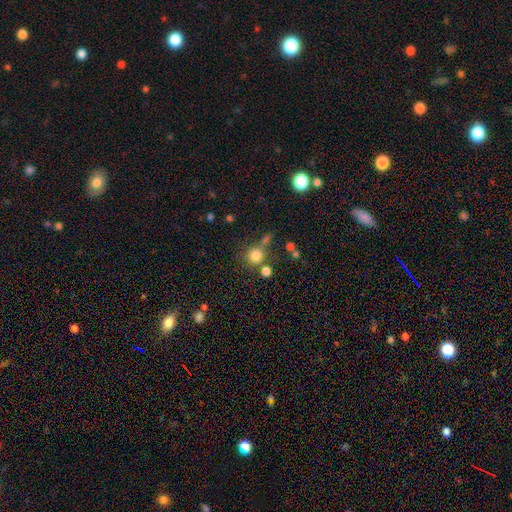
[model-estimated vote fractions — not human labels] A smooth galaxy with no disk features (78%) that is round (89%).

Vote fractions:
- Smooth or featured? smooth: 78% / star or artifact: 14% / featured or disk: 8%
- How rounded? round: 89% / in between: 10% / cigar-shaped: 1%
- Merging? none: 61% / merger: 20% / minor disturbance: 12% / major disturbance: 7%